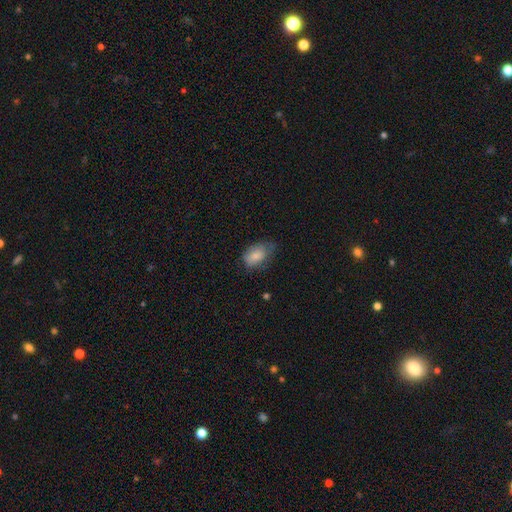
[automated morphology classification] smooth 82%, featured or disk 11%, star or artifact 7%. Down the decision tree: how rounded — in between (88%); merging — none (54%).